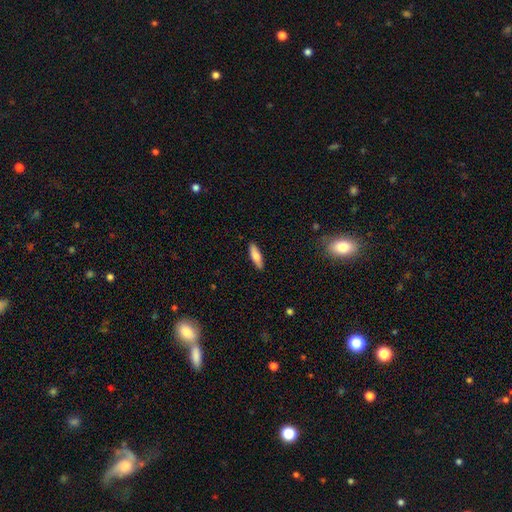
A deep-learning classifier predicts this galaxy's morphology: Smooth or featured? Predicted: smooth (p=0.77). How rounded? Predicted: cigar-shaped (p=0.55). Merging? Predicted: none (p=0.88).